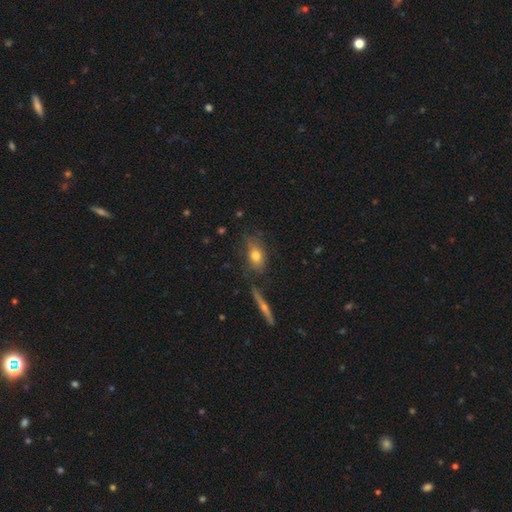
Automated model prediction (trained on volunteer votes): A smooth galaxy with no disk features (69%) that is in between round and cigar-shaped (74%).

Vote fractions:
- Smooth or featured? smooth: 69% / featured or disk: 21% / star or artifact: 9%
- How rounded? in between: 74% / round: 15% / cigar-shaped: 11%
- Merging? none: 69% / minor disturbance: 18% / merger: 7% / major disturbance: 6%